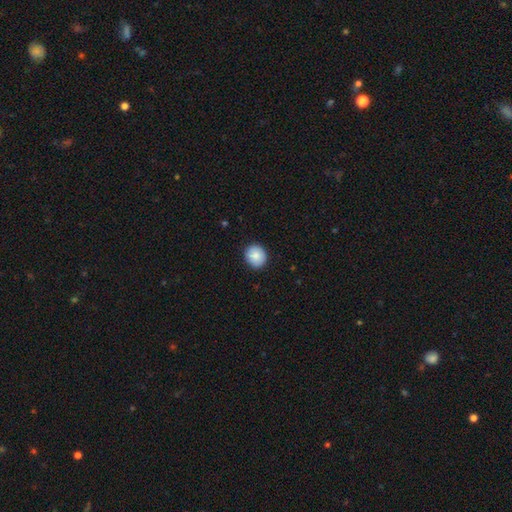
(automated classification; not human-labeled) smooth_or_featured: smooth (p=0.85) [alt: featured or disk p=0.07]
how_rounded: round (p=0.83) [alt: in between p=0.16]
merging: none (p=0.90) [alt: minor disturbance p=0.07]